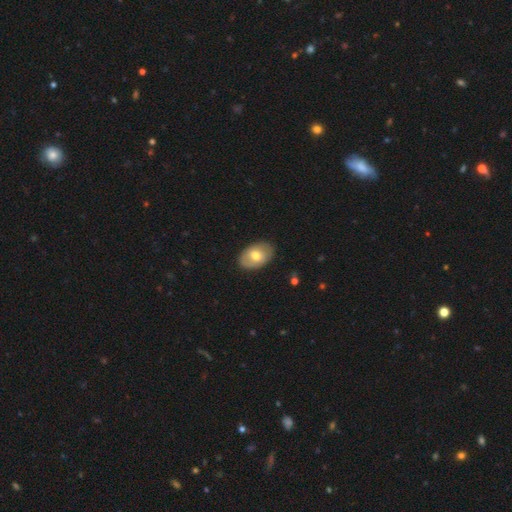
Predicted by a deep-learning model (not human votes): The model was most divided on "smooth or featured": smooth: 59%, featured or disk: 35%, star or artifact: 6%. More confident: how rounded — in between (86%); merging — none (83%).